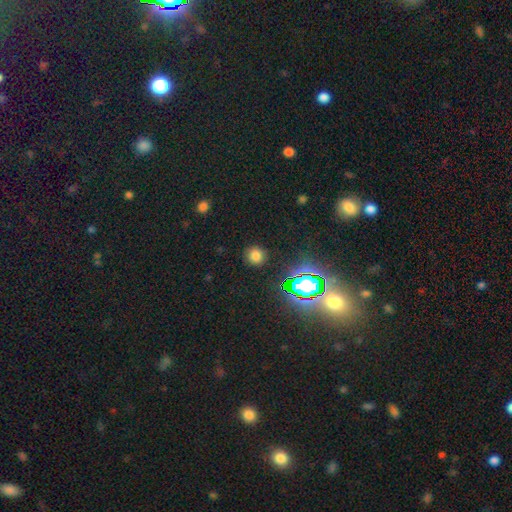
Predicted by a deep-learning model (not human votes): Q: Smooth or featured?
A: smooth (72%); runner-up: star or artifact (21%)
Q: How rounded?
A: round (88%); runner-up: in between (10%)
Q: Merging?
A: none (88%); runner-up: minor disturbance (8%)